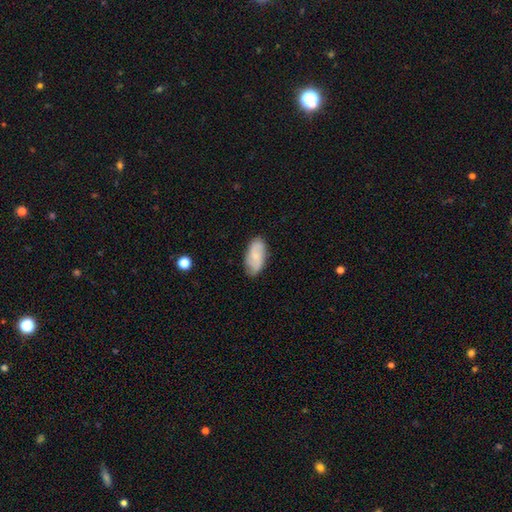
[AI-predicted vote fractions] Overall: smooth (51%; featured or disk 42%). How rounded: in between (92%). Merging: none (81%).